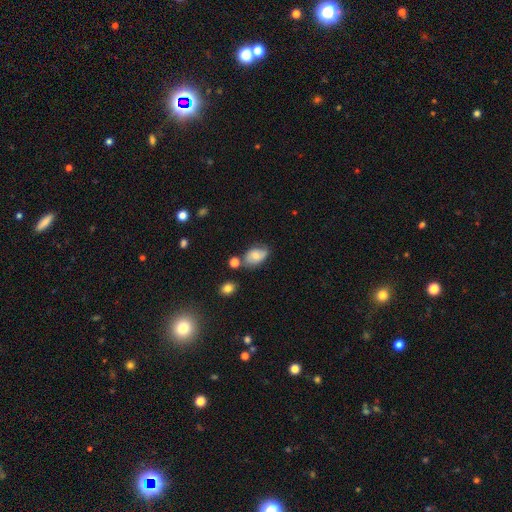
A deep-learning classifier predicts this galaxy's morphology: Smooth or featured? smooth (69%)
How rounded? in between (86%)
Merging? none (58%)